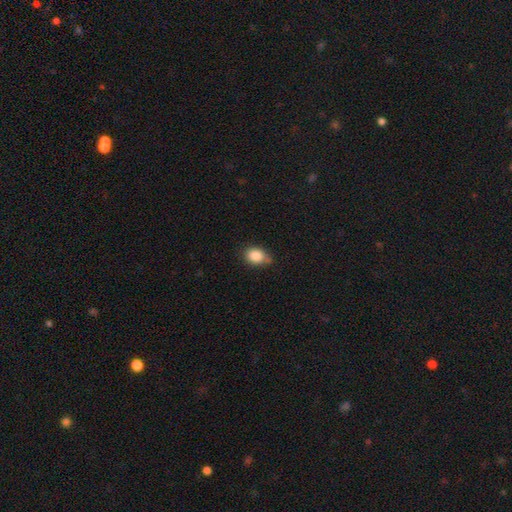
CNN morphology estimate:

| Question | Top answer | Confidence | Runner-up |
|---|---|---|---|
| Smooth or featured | smooth | 87% | star or artifact (9%) |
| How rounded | in between | 61% | round (38%) |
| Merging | none | 64% | minor disturbance (28%) |